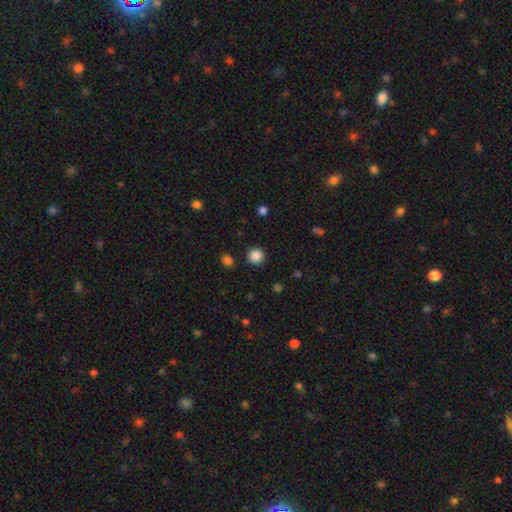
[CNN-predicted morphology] Overall: smooth (86%). How rounded: round (95%). Merging: none (91%).